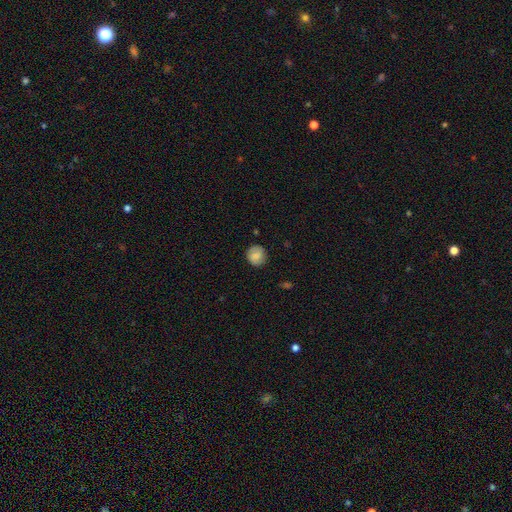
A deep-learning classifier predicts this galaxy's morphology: Smooth or featured: smooth — 83% (featured or disk — 10%)
How rounded: round — 84% (in between — 15%)
Merging: none — 81% (minor disturbance — 14%)